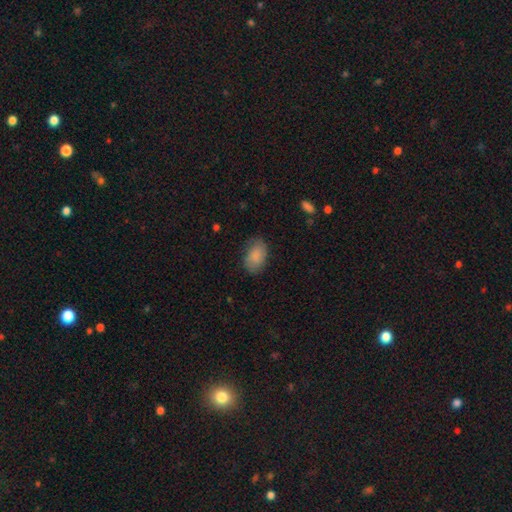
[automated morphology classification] type=smooth (85%); roundness=in between (89%); merging=none (76%).